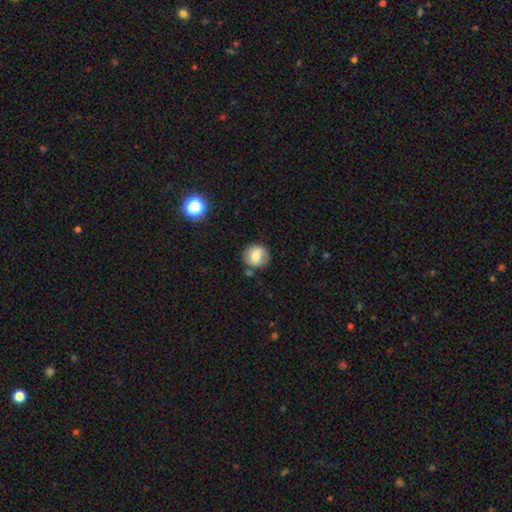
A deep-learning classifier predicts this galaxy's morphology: This appears to be a smooth galaxy with no disk features (69%) that is round (87%). Merging: none (75%).